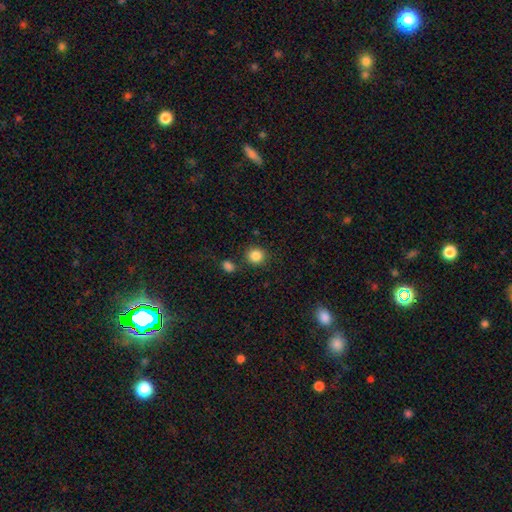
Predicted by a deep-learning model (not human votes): Smooth or featured? smooth (86%)
How rounded? round (87%)
Merging? none (81%)